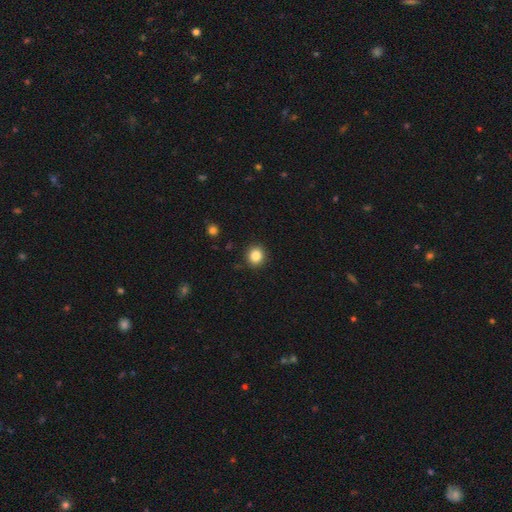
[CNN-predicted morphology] The model was most divided on "smooth or featured": smooth: 85%, star or artifact: 11%, featured or disk: 4%. More confident: merging — none (91%); how rounded — round (88%).